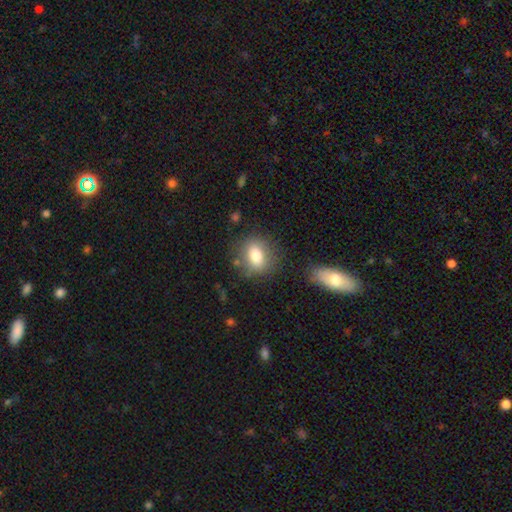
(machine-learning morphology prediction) Overall: smooth (76%). How rounded: round (51%; in between 48%). Merging: none (78%).